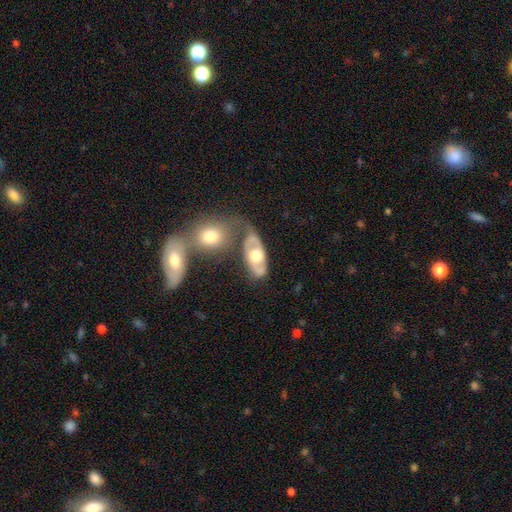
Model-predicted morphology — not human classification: Smooth or featured? featured or disk (65%)
Edge-on disk? no (86%)
Bar? no (78%)
Spiral arms? yes (55%)
Bulge size? moderate (61%)
Merging? none (50%)